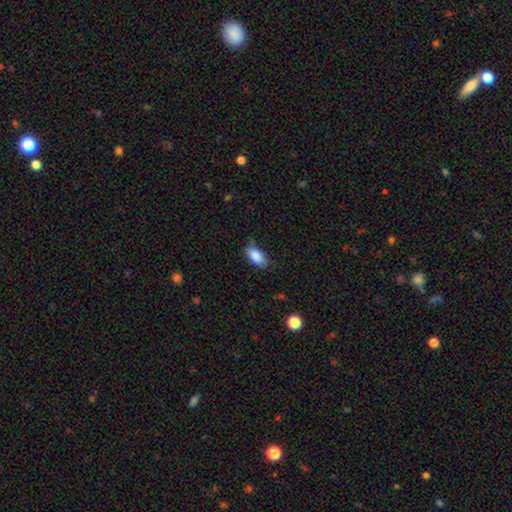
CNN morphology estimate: smooth_or_featured: smooth (p=0.86) [alt: star or artifact p=0.07]
how_rounded: in between (p=0.91) [alt: cigar-shaped p=0.06]
merging: none (p=0.65) [alt: minor disturbance p=0.27]